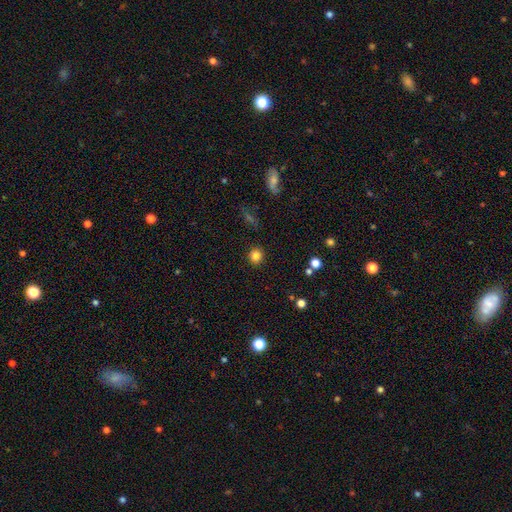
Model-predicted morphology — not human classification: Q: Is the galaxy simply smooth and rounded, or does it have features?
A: smooth — 83%.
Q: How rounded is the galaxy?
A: round — 88%.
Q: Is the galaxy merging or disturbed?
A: none — 90%.